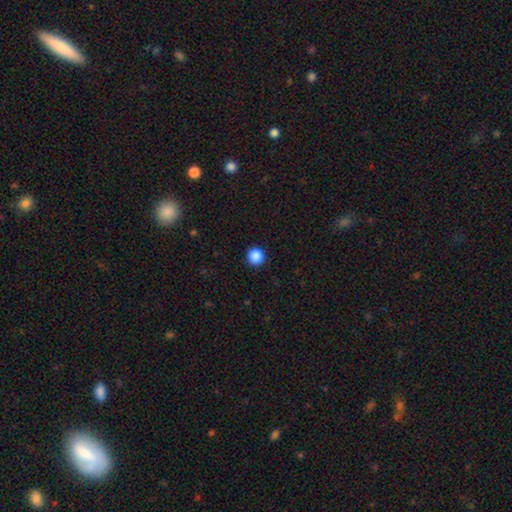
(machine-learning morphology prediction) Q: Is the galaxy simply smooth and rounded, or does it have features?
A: smooth — 88%.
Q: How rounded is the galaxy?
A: round — 95%.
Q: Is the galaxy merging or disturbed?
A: none — 92%.